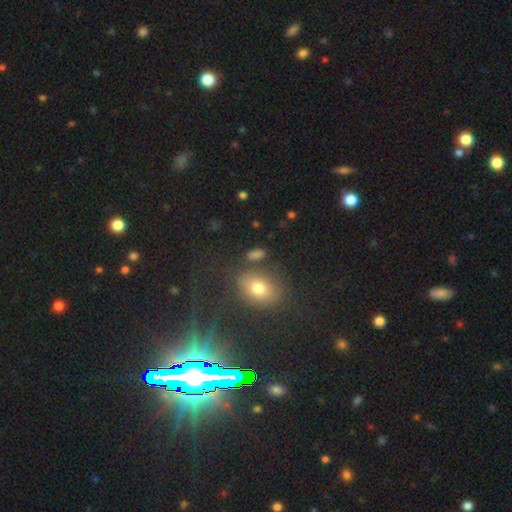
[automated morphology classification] Overall: smooth (67%). How rounded: in between (73%). Merging: none (75%).